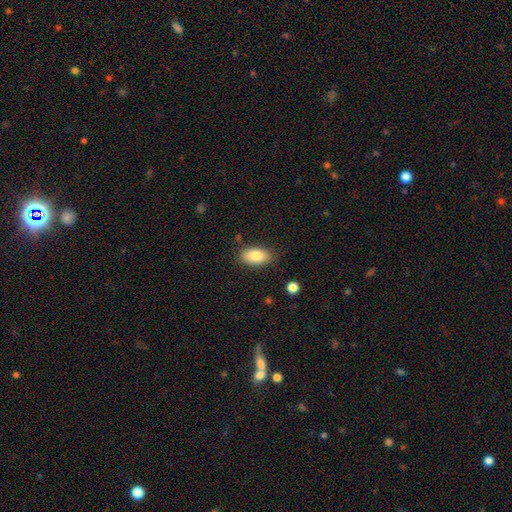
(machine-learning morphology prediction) Overall: smooth (84%). How rounded: in between (92%). Merging: none (82%).